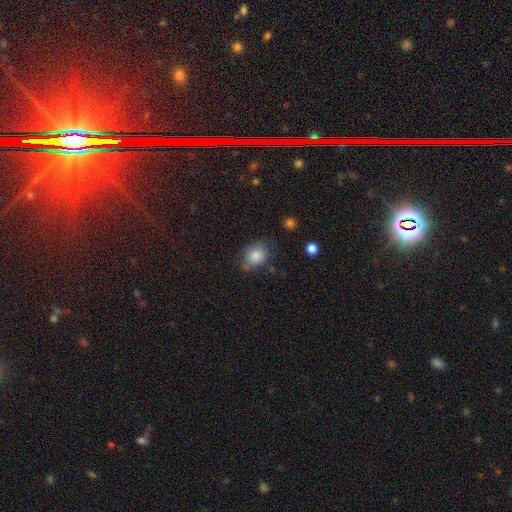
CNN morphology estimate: Smooth or featured? Predicted: smooth (p=0.82). How rounded? Predicted: round (p=0.50). Merging? Predicted: none (p=0.64).